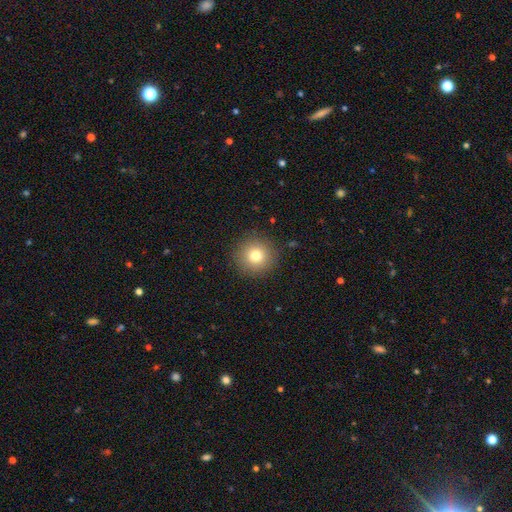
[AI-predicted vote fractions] A smooth galaxy with no disk features (78%) that is round (95%).

Vote fractions:
- Smooth or featured? smooth: 78% / star or artifact: 12% / featured or disk: 10%
- How rounded? round: 95% / in between: 4% / cigar-shaped: 1%
- Merging? none: 90% / minor disturbance: 7% / major disturbance: 3% / merger: 1%